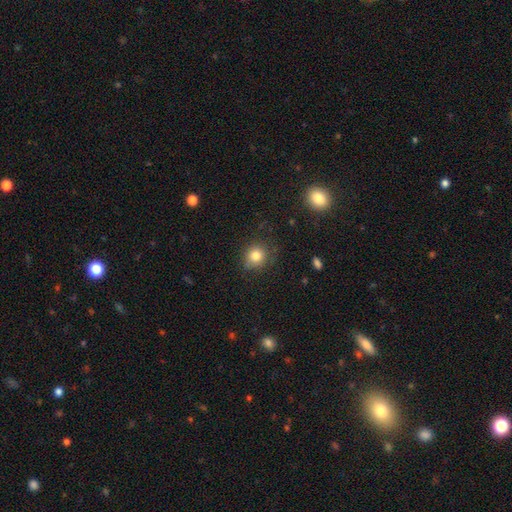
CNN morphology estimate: Overall: smooth (81%). How rounded: round (84%). Merging: none (77%).